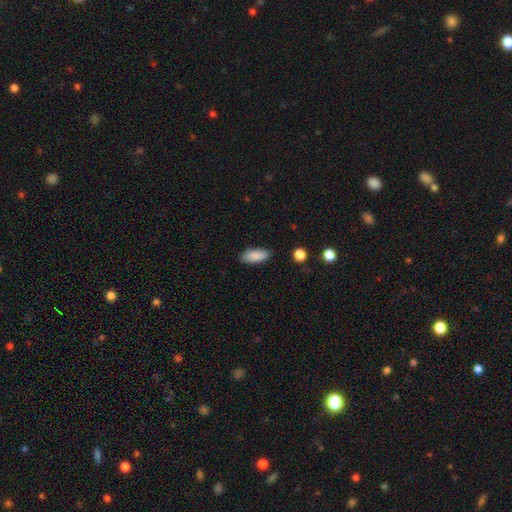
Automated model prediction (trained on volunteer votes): smooth_or_featured: smooth (p=0.88) [alt: star or artifact p=0.07]
how_rounded: in between (p=0.80) [alt: cigar-shaped p=0.18]
merging: none (p=0.85) [alt: minor disturbance p=0.11]